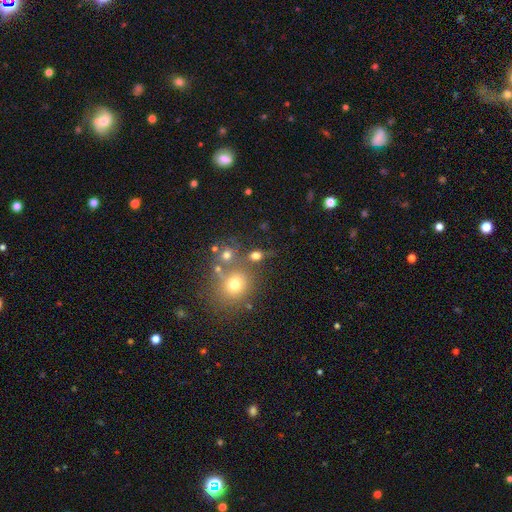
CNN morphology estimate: smooth 70%, star or artifact 19%, featured or disk 11%. Down the decision tree: how rounded — round (63%); merging — none (61%).